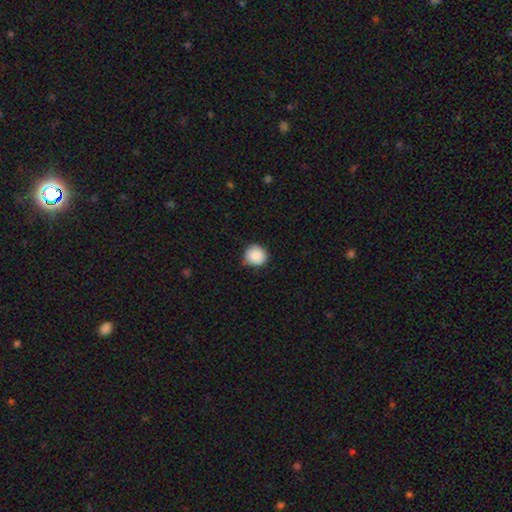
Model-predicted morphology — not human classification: Smooth or featured?
  - smooth: 88% *
  - star or artifact: 9%
  - featured or disk: 3%
How rounded?
  - round: 92% *
  - in between: 7%
  - cigar-shaped: 1%
Merging?
  - none: 75% *
  - minor disturbance: 20%
  - major disturbance: 3%
  - merger: 1%